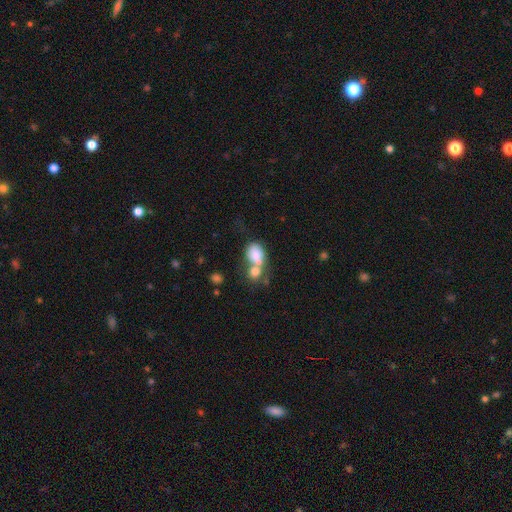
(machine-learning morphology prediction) A smooth galaxy with no disk features (77%) that is in between round and cigar-shaped (68%).

Vote fractions:
- Smooth or featured? smooth: 77% / featured or disk: 14% / star or artifact: 9%
- How rounded? in between: 68% / round: 30% / cigar-shaped: 2%
- Merging? merger: 62% / none: 21% / minor disturbance: 9% / major disturbance: 7%